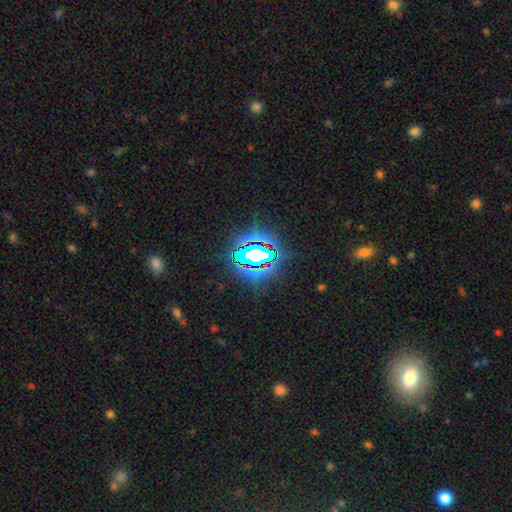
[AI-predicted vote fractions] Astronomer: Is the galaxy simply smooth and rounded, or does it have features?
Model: star or artifact — 72%.